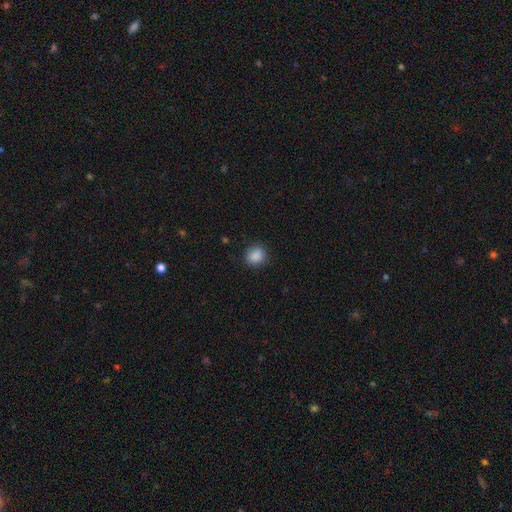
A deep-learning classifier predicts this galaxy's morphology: This is clearly a smooth galaxy (88%). How rounded: likely round (75%). Merging: clearly none (84%).